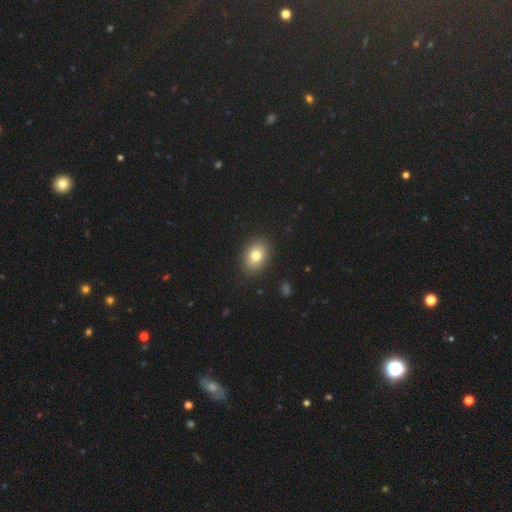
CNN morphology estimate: type=smooth (79%); roundness=in between (75%); merging=none (89%).